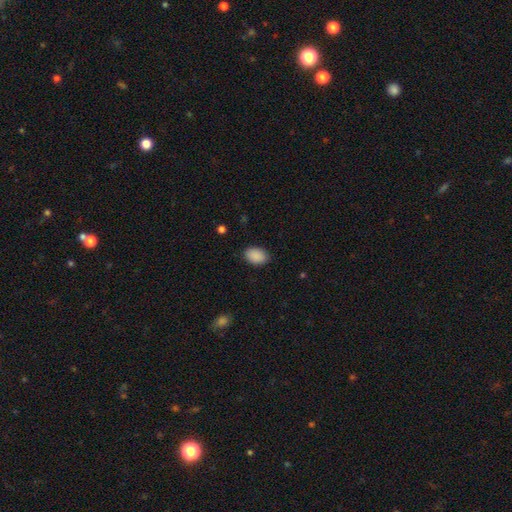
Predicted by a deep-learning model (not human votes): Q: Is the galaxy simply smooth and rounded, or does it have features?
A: smooth — 90%.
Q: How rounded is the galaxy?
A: in between — 85%.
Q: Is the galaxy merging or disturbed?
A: none — 86%.